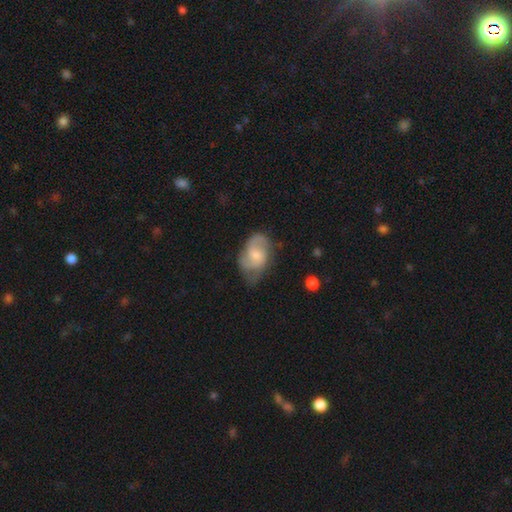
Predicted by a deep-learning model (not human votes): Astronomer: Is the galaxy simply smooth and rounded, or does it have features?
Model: featured or disk — 68%.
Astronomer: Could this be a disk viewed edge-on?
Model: no — 97%.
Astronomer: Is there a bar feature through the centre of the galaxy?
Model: no — 50% (runner-up: weak, 44%).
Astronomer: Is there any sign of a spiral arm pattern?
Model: yes — 92%.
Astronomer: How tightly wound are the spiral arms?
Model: medium — 52%.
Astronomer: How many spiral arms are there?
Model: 2 — 72%.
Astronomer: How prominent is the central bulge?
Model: moderate — 44% (runner-up: small, 41%).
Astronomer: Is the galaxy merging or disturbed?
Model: none — 55%.